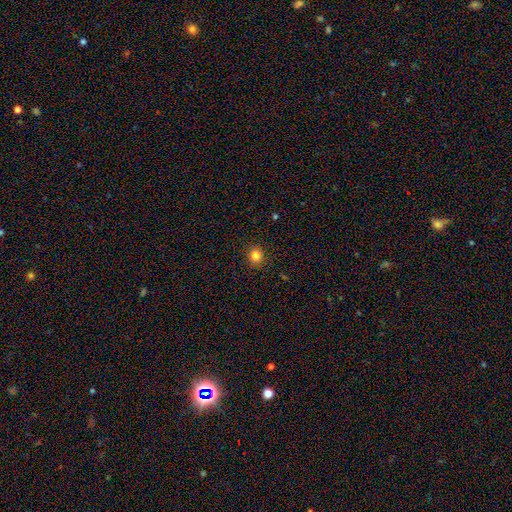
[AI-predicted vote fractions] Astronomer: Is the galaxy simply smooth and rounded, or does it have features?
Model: smooth — 82%.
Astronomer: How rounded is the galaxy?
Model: round — 84%.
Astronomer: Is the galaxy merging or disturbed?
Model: none — 91%.